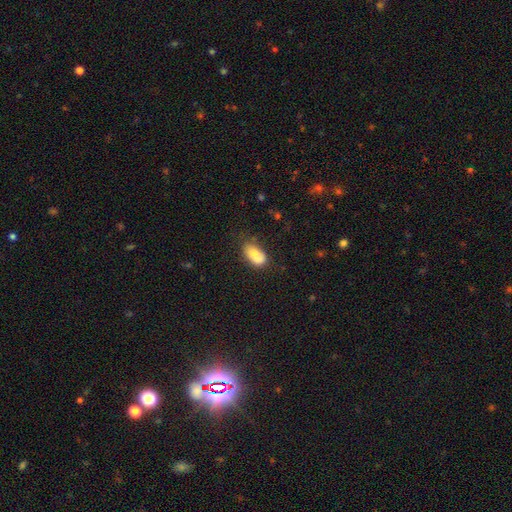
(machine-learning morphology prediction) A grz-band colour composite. It shows a smooth galaxy with no disk features (83%) that is in between round and cigar-shaped (90%). Merging: none (57%).